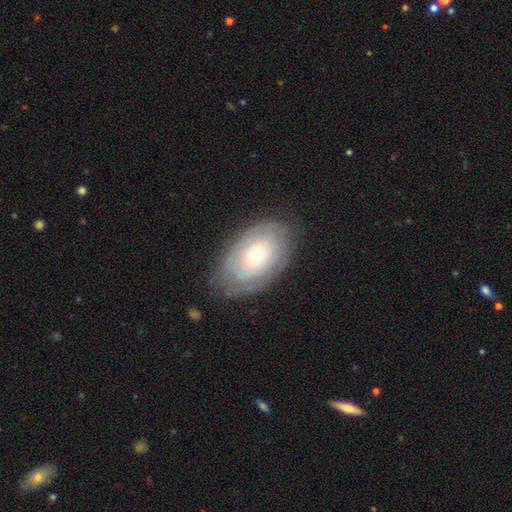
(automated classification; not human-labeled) This appears to be a featured or disk galaxy (46%, tied with smooth). Merging: none (72%).